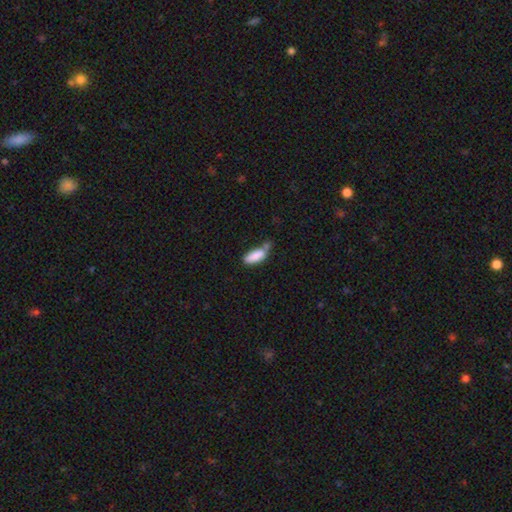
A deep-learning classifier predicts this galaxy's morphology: Q: Smooth or featured?
A: smooth (85%); runner-up: featured or disk (7%)
Q: How rounded?
A: in between (74%); runner-up: cigar-shaped (24%)
Q: Merging?
A: none (39%); runner-up: minor disturbance (28%)